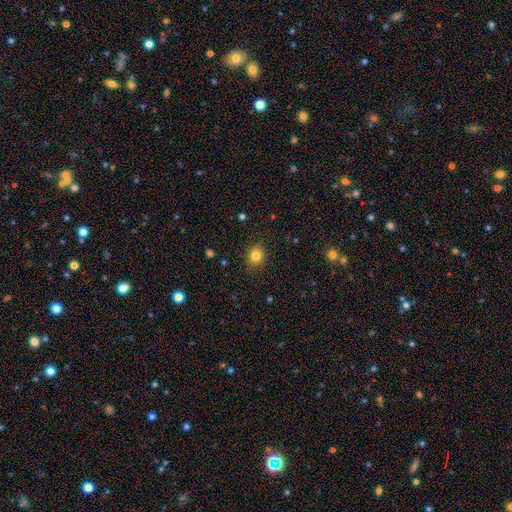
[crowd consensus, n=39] Smooth or featured? 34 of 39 (87%) said smooth. How rounded? 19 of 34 (56%) said round. Merging? 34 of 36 (94%) said none.